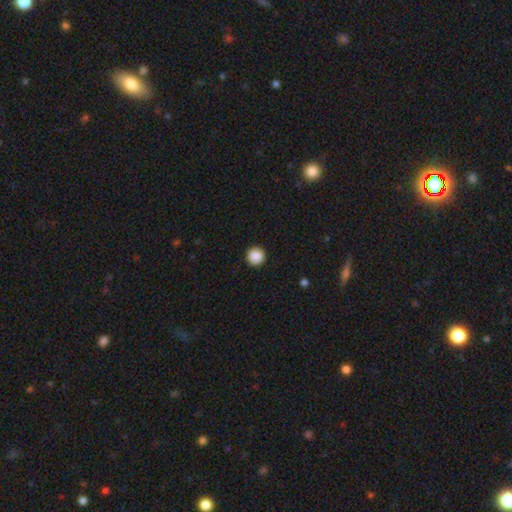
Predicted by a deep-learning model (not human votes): Q: Smooth or featured?
A: smooth (88%); runner-up: star or artifact (9%)
Q: How rounded?
A: round (95%); runner-up: in between (4%)
Q: Merging?
A: none (91%); runner-up: minor disturbance (6%)